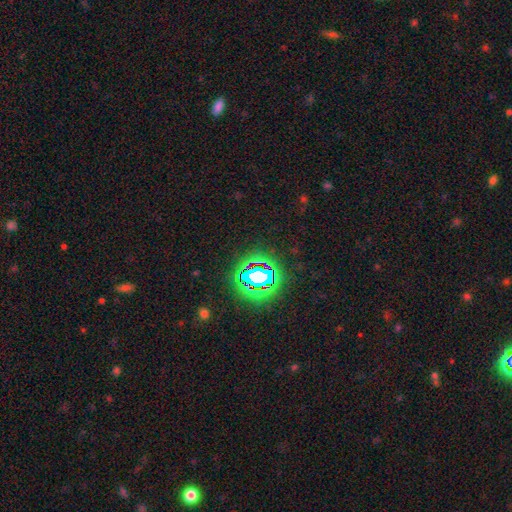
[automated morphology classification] smooth-or-featured: star or artifact: 79% | smooth: 14% | featured or disk: 7%